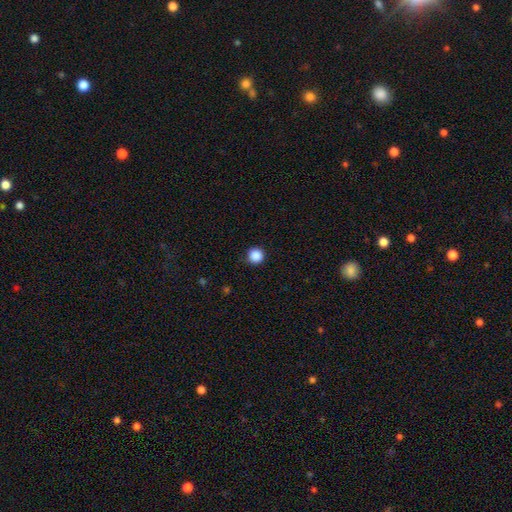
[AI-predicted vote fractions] A smooth galaxy with no disk features (88%) that is round (96%).

Vote fractions:
- Smooth or featured? smooth: 88% / star or artifact: 10% / featured or disk: 2%
- How rounded? round: 96% / in between: 3% / cigar-shaped: 1%
- Merging? none: 91% / minor disturbance: 6% / major disturbance: 2% / merger: 1%